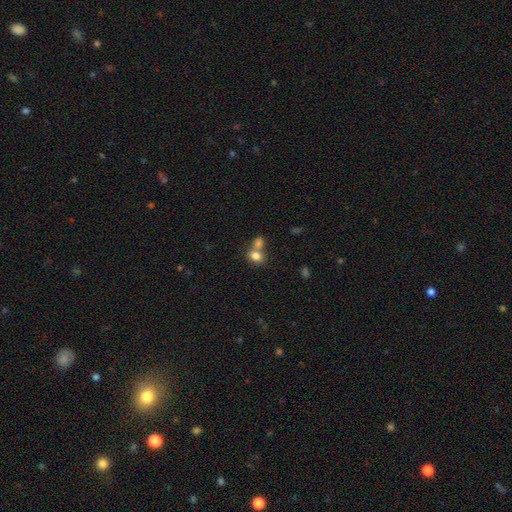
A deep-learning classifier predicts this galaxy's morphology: Smooth or featured? smooth (80%)
How rounded? in between (52%)
Merging? merger (52%)